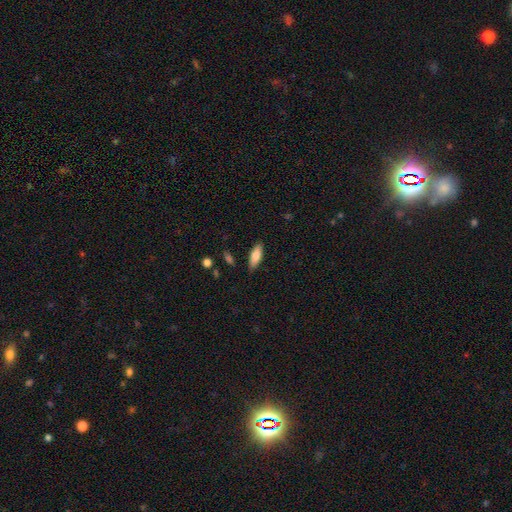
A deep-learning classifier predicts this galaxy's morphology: smooth_or_featured: smooth (p=0.81) [alt: featured or disk p=0.13]
how_rounded: in between (p=0.63) [alt: cigar-shaped p=0.36]
merging: none (p=0.84) [alt: minor disturbance p=0.12]